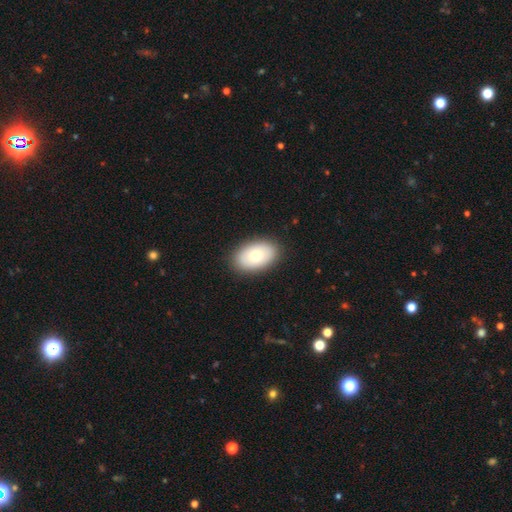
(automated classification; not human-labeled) A smooth galaxy with no disk features (71%) that is in between round and cigar-shaped (88%).

Vote fractions:
- Smooth or featured? smooth: 71% / featured or disk: 23% / star or artifact: 7%
- How rounded? in between: 88% / round: 11% / cigar-shaped: 1%
- Merging? none: 89% / minor disturbance: 8% / major disturbance: 2% / merger: 1%